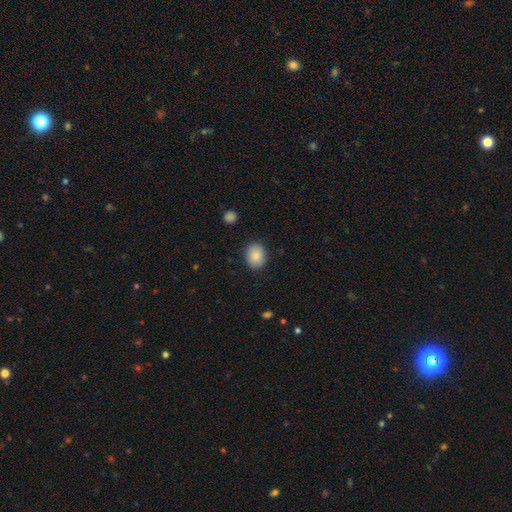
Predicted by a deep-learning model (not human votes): Smooth or featured?
  - smooth: 87% *
  - star or artifact: 7%
  - featured or disk: 5%
How rounded?
  - in between: 58% *
  - round: 41%
  - cigar-shaped: 1%
Merging?
  - none: 87% *
  - minor disturbance: 9%
  - major disturbance: 3%
  - merger: 1%